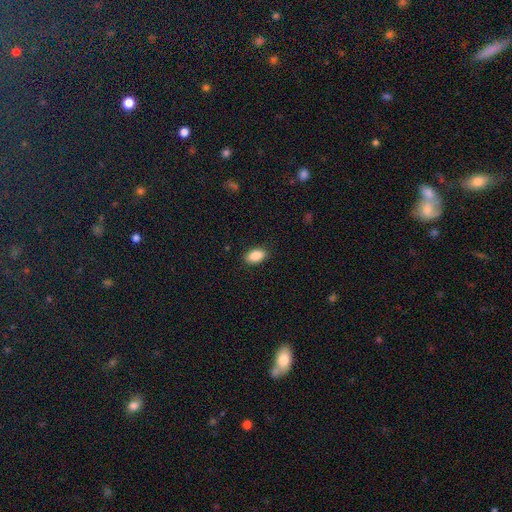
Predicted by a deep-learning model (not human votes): Overall: smooth (87%). How rounded: in between (92%). Merging: none (89%).